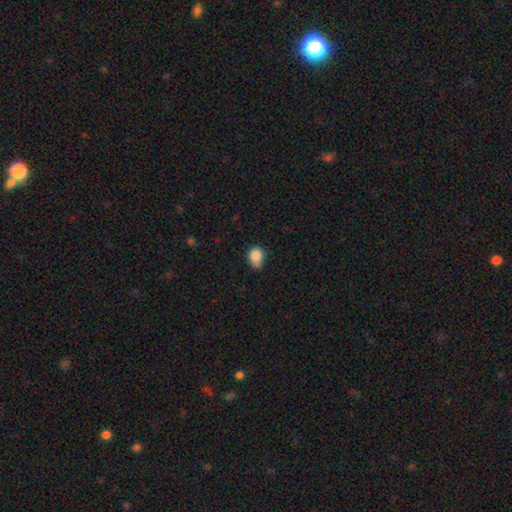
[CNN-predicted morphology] smooth-or-featured: smooth: 86% | star or artifact: 9% | featured or disk: 5%
  how-rounded: in between: 57% | round: 42% | cigar-shaped: 1%
  merging: none: 56% | minor disturbance: 35% | major disturbance: 6% | merger: 2%